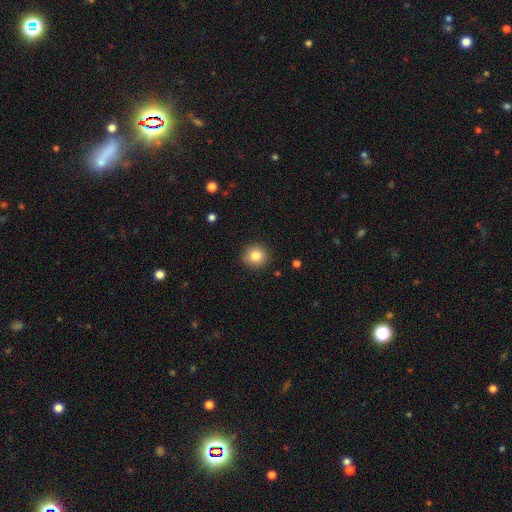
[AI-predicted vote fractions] A smooth galaxy with no disk features (83%) that is round (91%). Merging: none (90%).